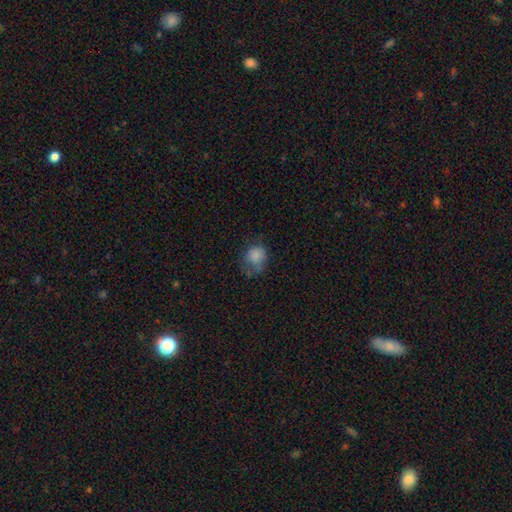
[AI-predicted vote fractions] Smooth or featured? smooth (79%)
How rounded? round (63%)
Merging? none (40%)